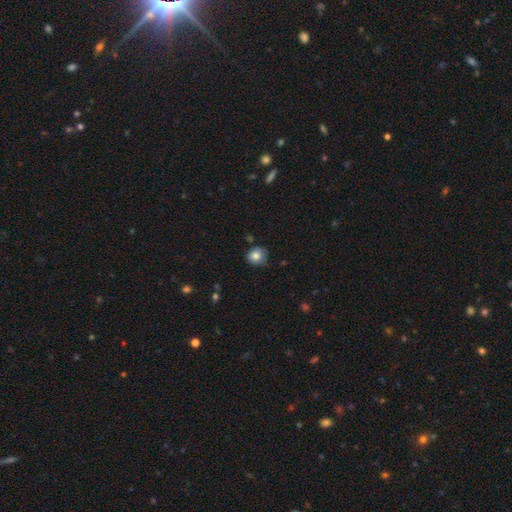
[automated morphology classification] Smooth or featured? smooth (81%)
How rounded? round (84%)
Merging? none (74%)